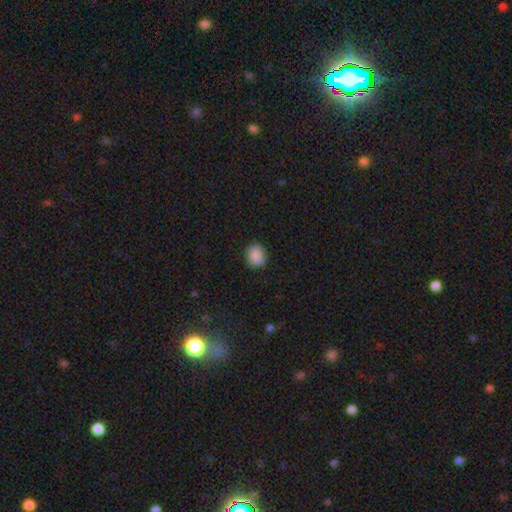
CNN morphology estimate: Q: Smooth or featured?
A: smooth (87%); runner-up: star or artifact (8%)
Q: How rounded?
A: round (76%); runner-up: in between (23%)
Q: Merging?
A: none (86%); runner-up: minor disturbance (11%)